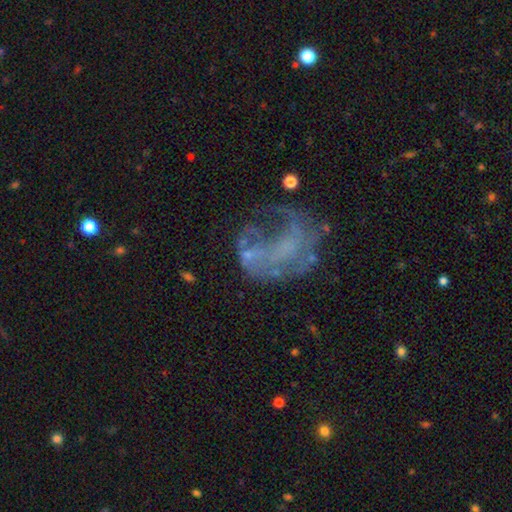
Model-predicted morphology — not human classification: This is likely a featured or disk galaxy (67%). It is clearly not viewed edge-on (98%). Bar: likely no (77%). Spiral arm pattern: possibly no (59%). Central bulge: likely none (70%). Merging: possibly major disturbance (45%).